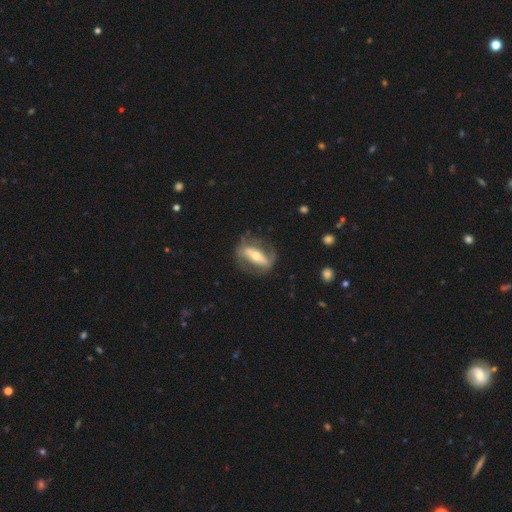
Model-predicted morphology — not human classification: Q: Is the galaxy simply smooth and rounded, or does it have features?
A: featured or disk — 70%.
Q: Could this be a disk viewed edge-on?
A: no — 73%.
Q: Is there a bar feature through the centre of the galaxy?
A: strong — 68%.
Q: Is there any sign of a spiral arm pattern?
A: yes — 52%.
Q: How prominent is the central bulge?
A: moderate — 56%.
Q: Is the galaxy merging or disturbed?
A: none — 70%.